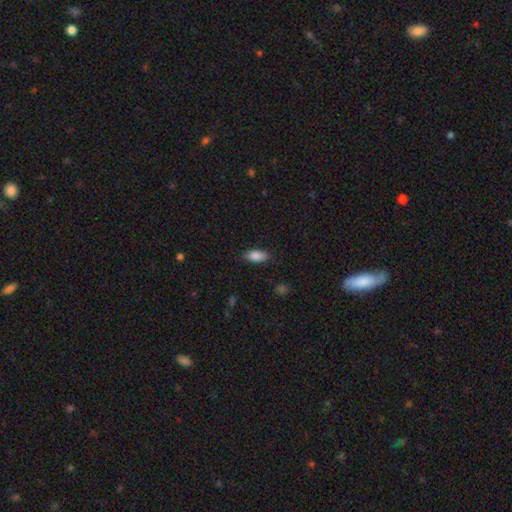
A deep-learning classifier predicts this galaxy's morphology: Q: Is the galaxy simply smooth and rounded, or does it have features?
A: smooth — 87%.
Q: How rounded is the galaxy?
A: in between — 88%.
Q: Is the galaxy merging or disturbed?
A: none — 84%.